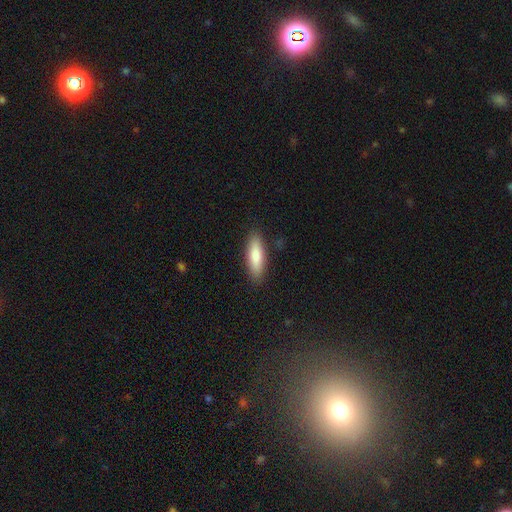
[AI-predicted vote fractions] Smooth or featured?
  - smooth: 79% *
  - featured or disk: 15%
  - star or artifact: 6%
How rounded?
  - cigar-shaped: 53% *
  - in between: 46%
  - round: 2%
Merging?
  - none: 88% *
  - minor disturbance: 9%
  - major disturbance: 2%
  - merger: 1%